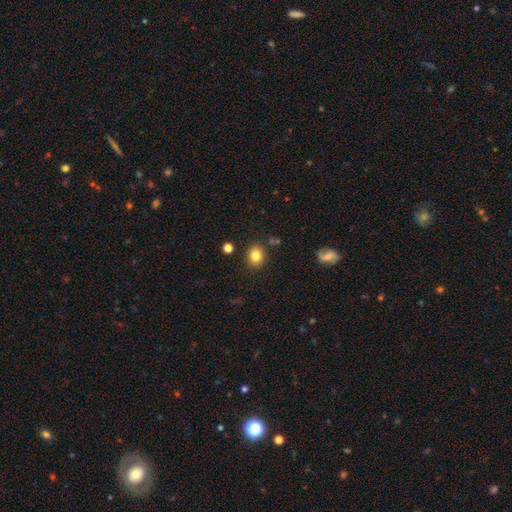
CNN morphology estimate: Smooth or featured? smooth (82%)
How rounded? round (68%)
Merging? none (85%)